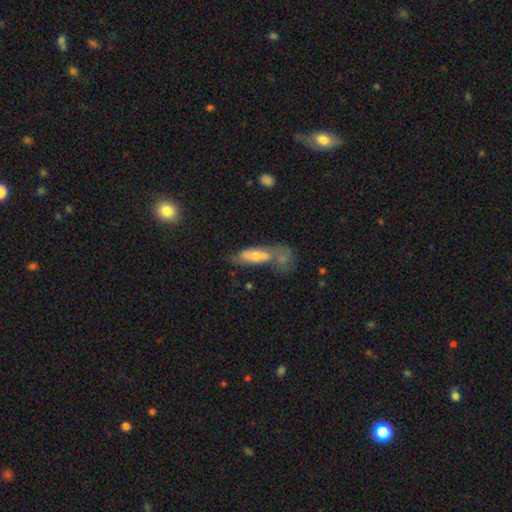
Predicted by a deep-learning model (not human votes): This is possibly a smooth galaxy (52%). How rounded: possibly in between (50%). Merging: marginally none (37%).